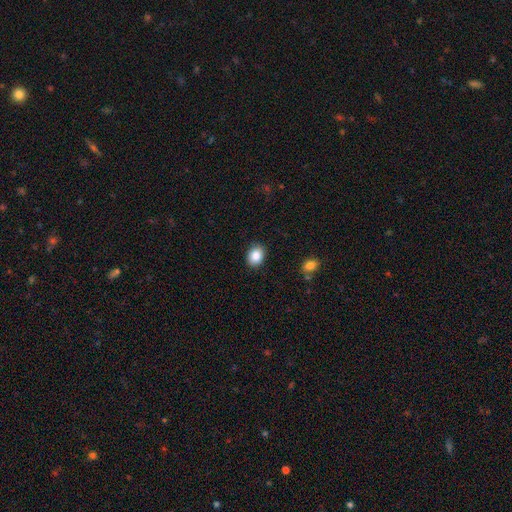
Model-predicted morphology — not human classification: smooth-or-featured: smooth: 87% | star or artifact: 8% | featured or disk: 5%
  how-rounded: in between: 55% | round: 44% | cigar-shaped: 1%
  merging: none: 88% | minor disturbance: 8% | major disturbance: 2% | merger: 1%